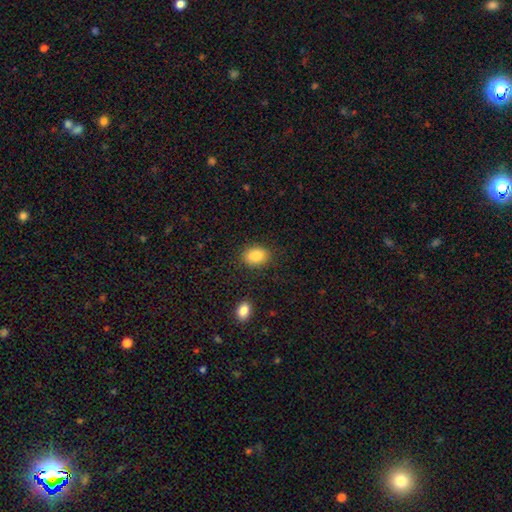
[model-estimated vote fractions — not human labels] Q: Smooth or featured?
A: smooth (85%); runner-up: star or artifact (9%)
Q: How rounded?
A: in between (69%); runner-up: round (30%)
Q: Merging?
A: none (86%); runner-up: minor disturbance (10%)